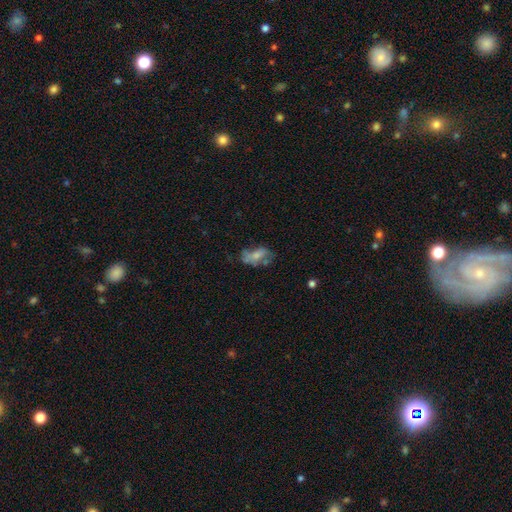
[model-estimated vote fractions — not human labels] Q: Smooth or featured?
A: smooth (50%); runner-up: featured or disk (39%)
Q: How rounded?
A: in between (87%); runner-up: round (7%)
Q: Merging?
A: none (35%); runner-up: major disturbance (29%)